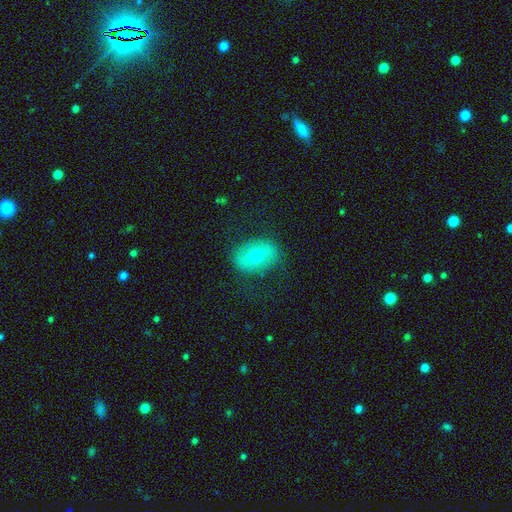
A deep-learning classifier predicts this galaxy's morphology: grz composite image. It shows a smooth galaxy with no disk features (57%) that is in between round and cigar-shaped (66%). Merging: none (80%).